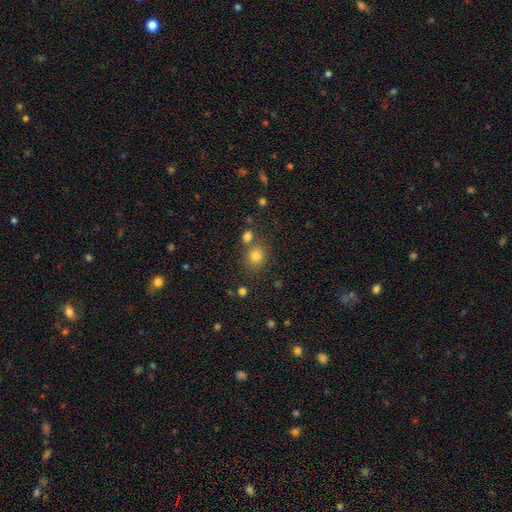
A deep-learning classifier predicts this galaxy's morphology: smooth-or-featured: smooth: 78% | star or artifact: 14% | featured or disk: 7%
  how-rounded: round: 82% | in between: 18% | cigar-shaped: 1%
  merging: none: 69% | merger: 18% | minor disturbance: 10% | major disturbance: 4%